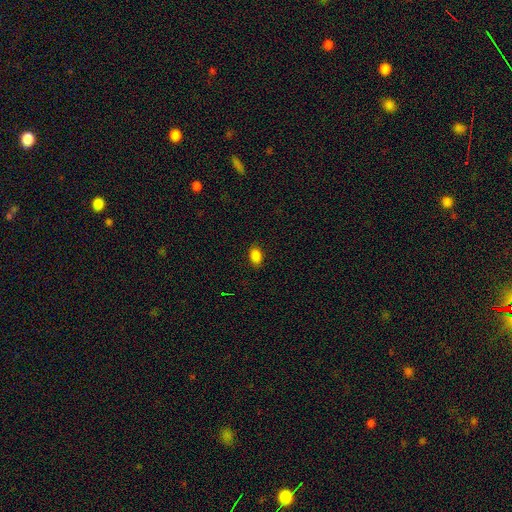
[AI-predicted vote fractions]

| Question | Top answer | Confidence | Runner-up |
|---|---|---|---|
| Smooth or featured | smooth | 86% | star or artifact (10%) |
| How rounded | in between | 87% | round (11%) |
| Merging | none | 86% | minor disturbance (10%) |